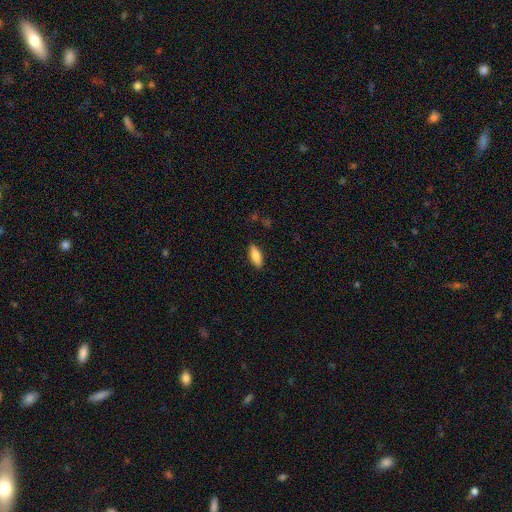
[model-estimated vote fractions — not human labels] smooth-or-featured: smooth: 85% | featured or disk: 9% | star or artifact: 6%
  how-rounded: in between: 70% | cigar-shaped: 29% | round: 2%
  merging: none: 88% | minor disturbance: 9% | major disturbance: 2% | merger: 1%